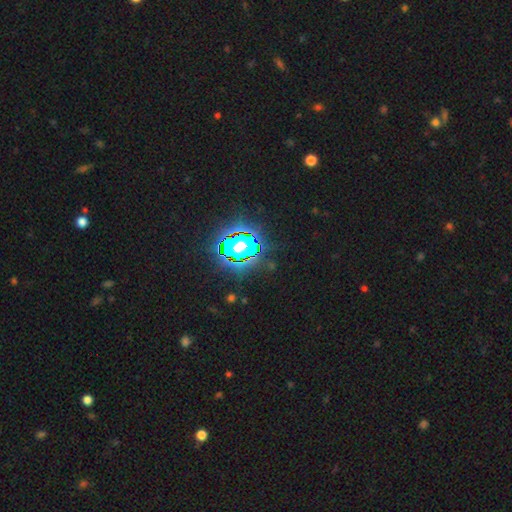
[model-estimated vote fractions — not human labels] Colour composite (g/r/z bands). It shows a star or artifact, not a galaxy (83%).